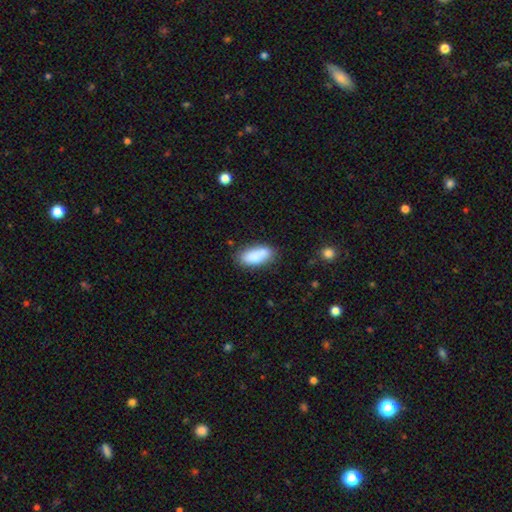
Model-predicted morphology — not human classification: type=smooth (86%); roundness=in between (84%); merging=none (76%).